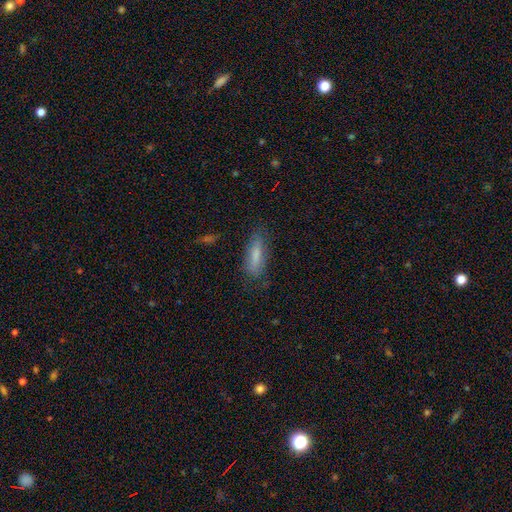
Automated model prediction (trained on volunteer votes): smooth_or_featured: smooth (p=0.74) [alt: featured or disk p=0.18]
how_rounded: in between (p=0.52) [alt: cigar-shaped p=0.46]
merging: none (p=0.73) [alt: minor disturbance p=0.19]